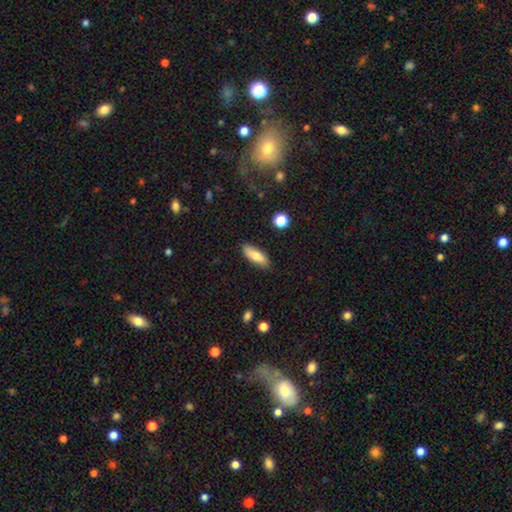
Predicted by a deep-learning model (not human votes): smooth 74%, featured or disk 19%, star or artifact 7%. Down the decision tree: how rounded — in between (59%); merging — none (87%).